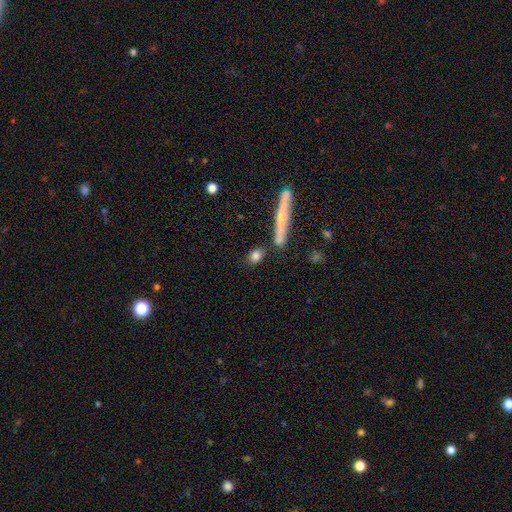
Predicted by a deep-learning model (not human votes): Smooth or featured: smooth — 79% (featured or disk — 13%)
How rounded: in between — 49% (round — 35%)
Merging: none — 74% (minor disturbance — 12%)